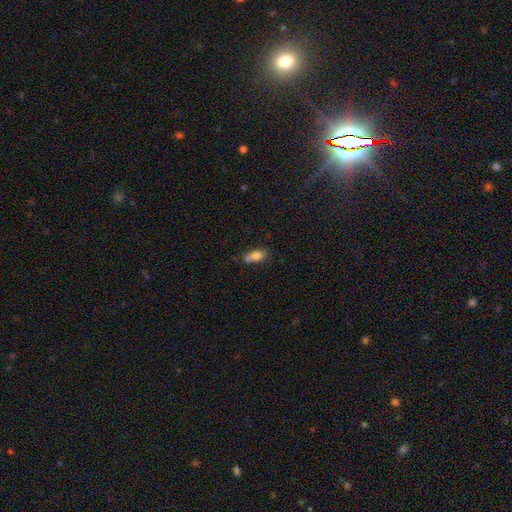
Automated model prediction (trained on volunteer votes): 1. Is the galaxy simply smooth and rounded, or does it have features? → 75% smooth, 15% featured or disk, 10% star or artifact.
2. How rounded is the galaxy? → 82% in between, 10% cigar-shaped, 8% round.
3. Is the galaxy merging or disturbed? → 45% none, 26% merger, 22% minor disturbance, 8% major disturbance.